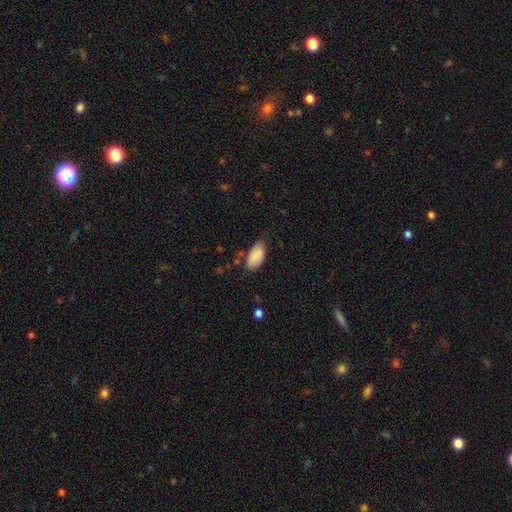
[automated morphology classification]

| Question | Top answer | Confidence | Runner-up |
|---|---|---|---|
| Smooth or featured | smooth | 86% | featured or disk (8%) |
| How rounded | in between | 94% | cigar-shaped (3%) |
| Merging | none | 64% | minor disturbance (28%) |